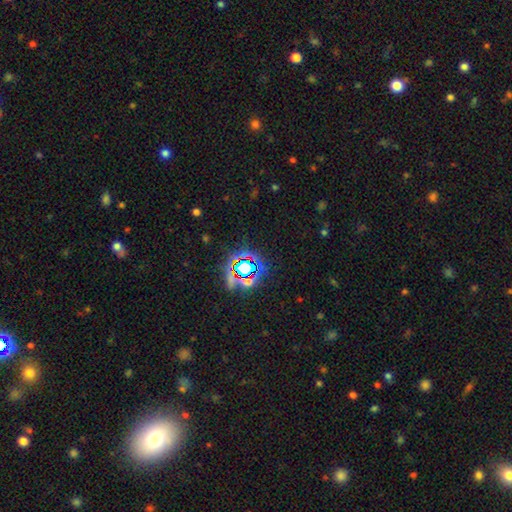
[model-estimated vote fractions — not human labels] A star or artifact, not a galaxy (74%).